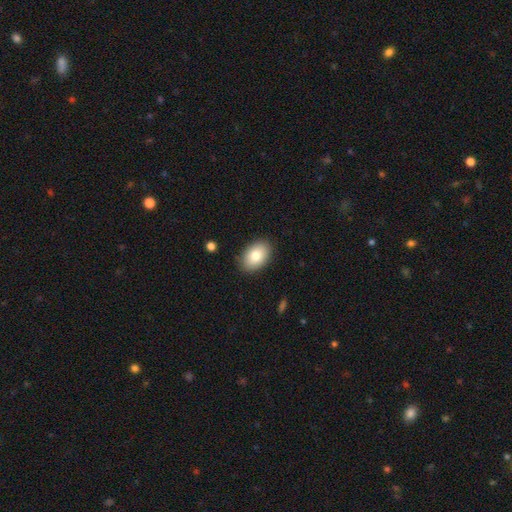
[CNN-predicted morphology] The model was most divided on "smooth or featured": smooth: 81%, featured or disk: 12%, star or artifact: 7%. More confident: merging — none (88%); how rounded — in between (87%).